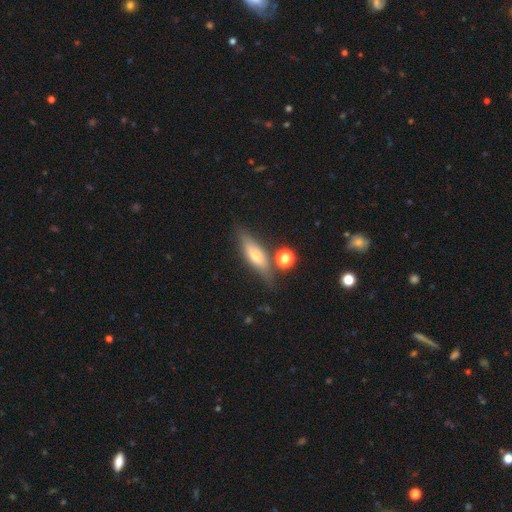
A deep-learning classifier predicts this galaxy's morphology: Q: Smooth or featured?
A: smooth (50%); runner-up: featured or disk (42%)
Q: Merging?
A: none (73%); runner-up: minor disturbance (15%)